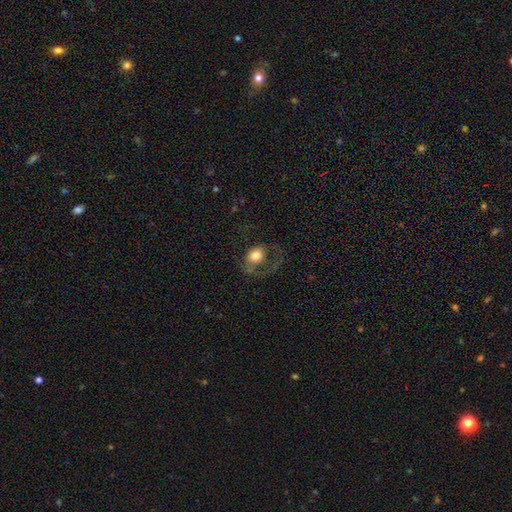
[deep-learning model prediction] Smooth or featured? Predicted: smooth (p=0.65). How rounded? Predicted: in between (p=0.50). Merging? Predicted: none (p=0.41).